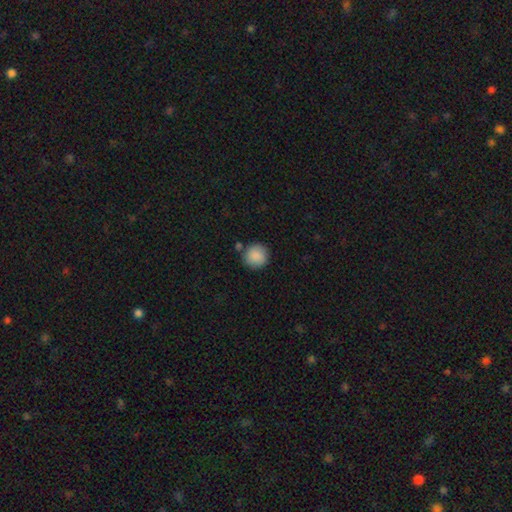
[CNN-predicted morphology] Smooth or featured? Predicted: smooth (p=0.89). How rounded? Predicted: round (p=0.94). Merging? Predicted: none (p=0.81).